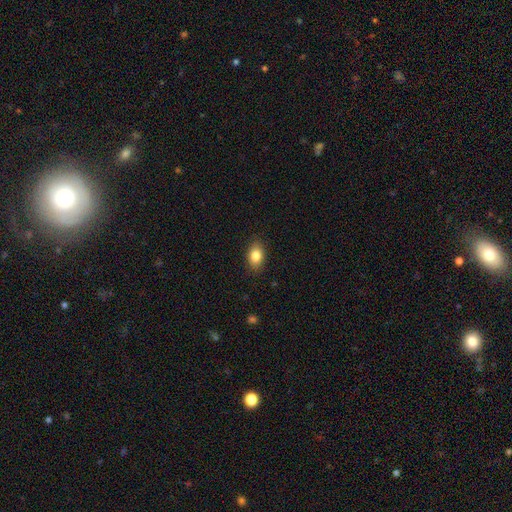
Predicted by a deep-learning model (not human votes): Smooth or featured? smooth (84%)
How rounded? in between (84%)
Merging? none (87%)